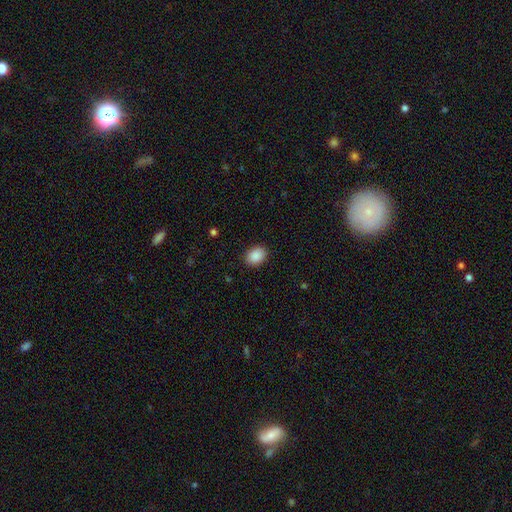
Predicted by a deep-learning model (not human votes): smooth-or-featured: smooth: 90% | star or artifact: 8% | featured or disk: 3%
  how-rounded: in between: 69% | round: 30% | cigar-shaped: 1%
  merging: none: 89% | minor disturbance: 8% | major disturbance: 2% | merger: 1%